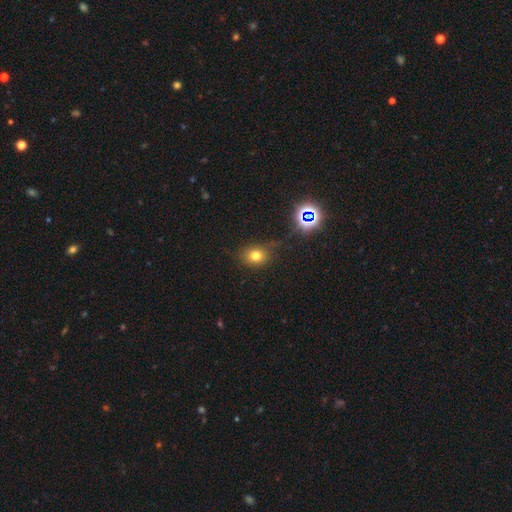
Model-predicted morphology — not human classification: This appears to be a smooth galaxy with no disk features (70%) that is round (57%). Merging: none (73%).